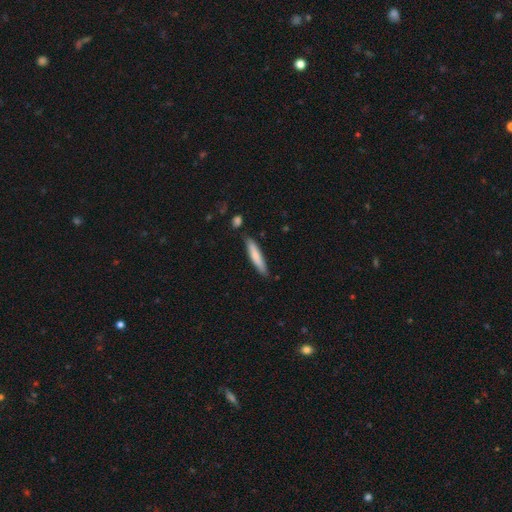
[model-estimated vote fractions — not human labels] smooth 75%, featured or disk 19%, star or artifact 5%. Down the decision tree: how rounded — cigar-shaped (88%); merging — none (82%).